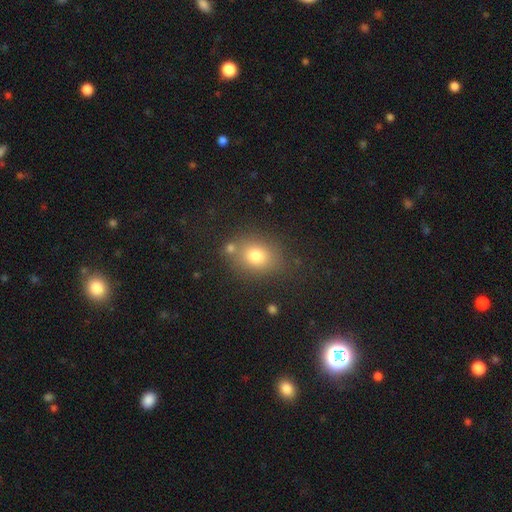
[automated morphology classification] Smooth or featured? smooth (76%)
How rounded? round (52%)
Merging? none (73%)